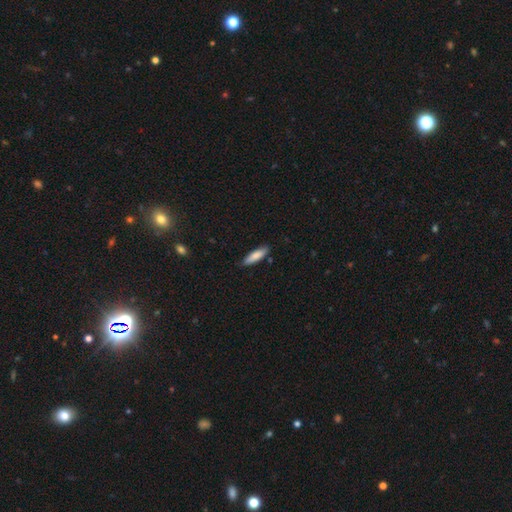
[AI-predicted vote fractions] The model was most divided on "how rounded": cigar-shaped: 62%, in between: 36%, round: 1%. More confident: merging — none (84%); smooth or featured — smooth (84%).